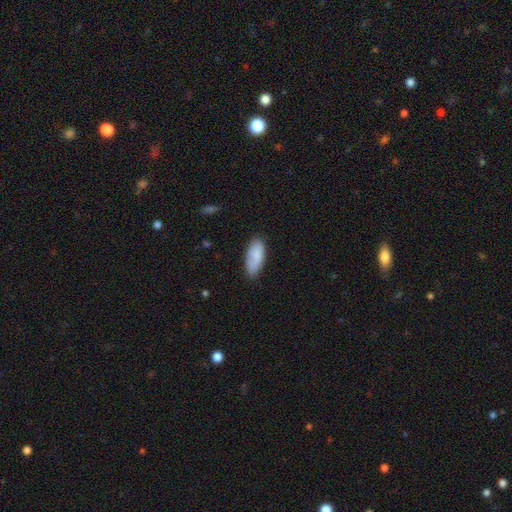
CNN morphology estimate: smooth_or_featured: smooth (p=0.84) [alt: featured or disk p=0.10]
how_rounded: in between (p=0.84) [alt: cigar-shaped p=0.14]
merging: none (p=0.70) [alt: minor disturbance p=0.23]